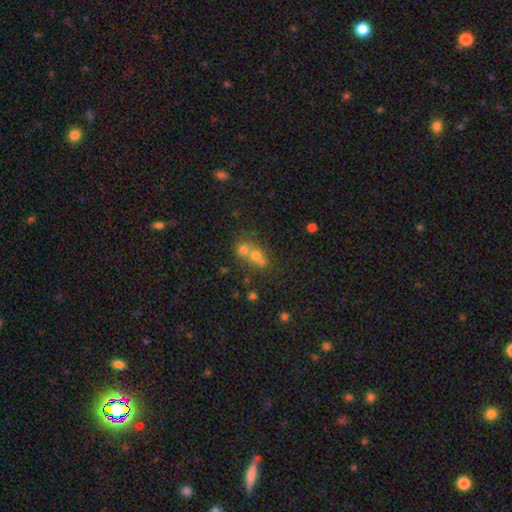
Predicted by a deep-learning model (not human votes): Smooth or featured? Predicted: smooth (p=0.59). How rounded? Predicted: round (p=0.78). Merging? Predicted: merger (p=0.61).